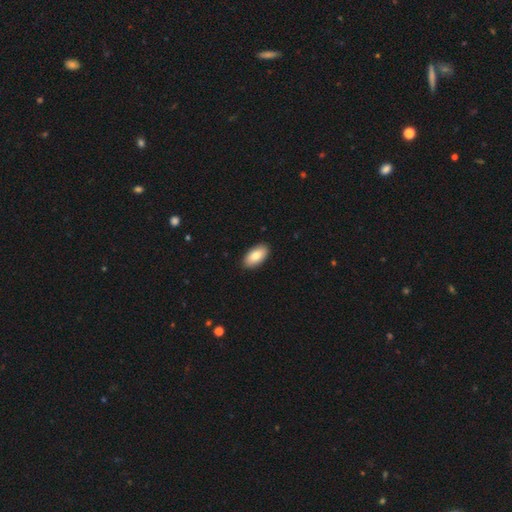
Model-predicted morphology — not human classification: type=smooth (83%); roundness=in between (94%); merging=none (90%).